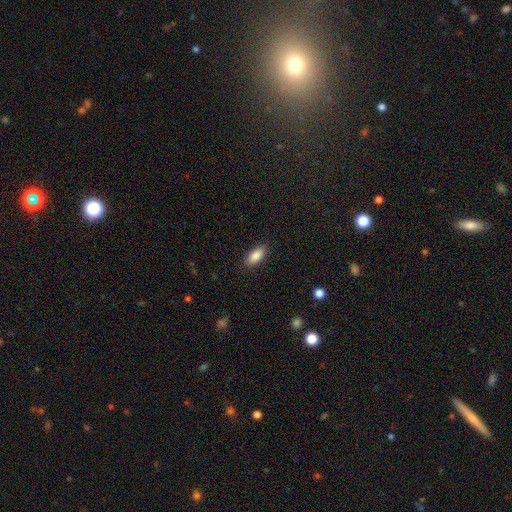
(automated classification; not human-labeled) This is clearly a smooth galaxy (87%). How rounded: clearly in between (87%). Merging: clearly none (87%).